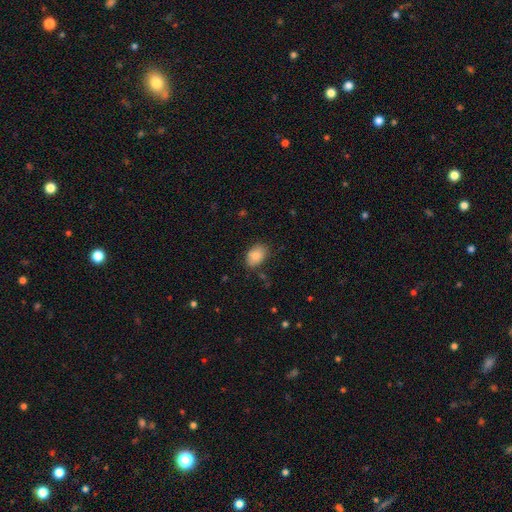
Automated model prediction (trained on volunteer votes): The model was most divided on "merging": none: 77%, minor disturbance: 17%, major disturbance: 3%, merger: 2%. More confident: how rounded — in between (86%); smooth or featured — smooth (83%).